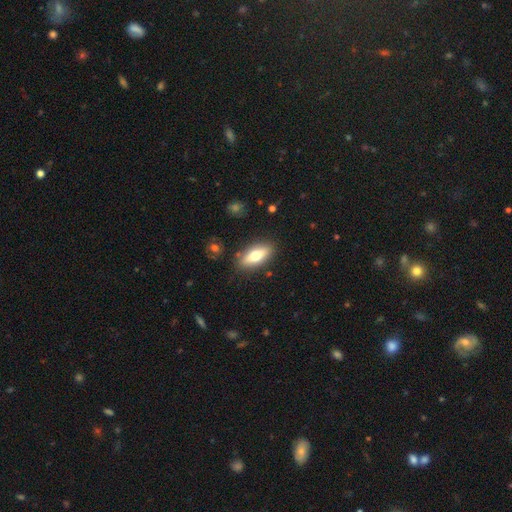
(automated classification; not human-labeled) Q: Smooth or featured?
A: smooth (62%); runner-up: featured or disk (31%)
Q: How rounded?
A: in between (74%); runner-up: cigar-shaped (22%)
Q: Merging?
A: none (86%); runner-up: minor disturbance (10%)